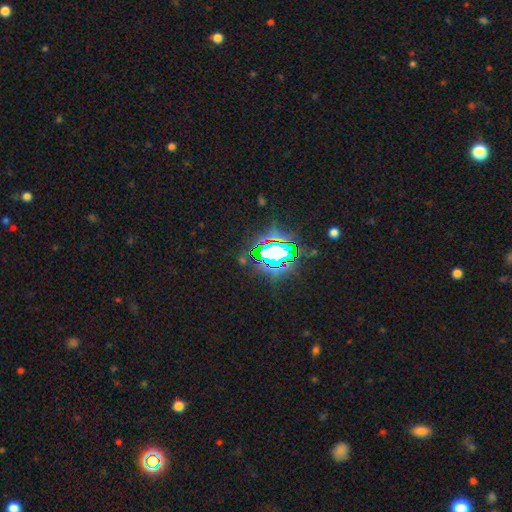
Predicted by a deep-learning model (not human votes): smooth_or_featured: star or artifact (p=0.83) [alt: smooth p=0.10]